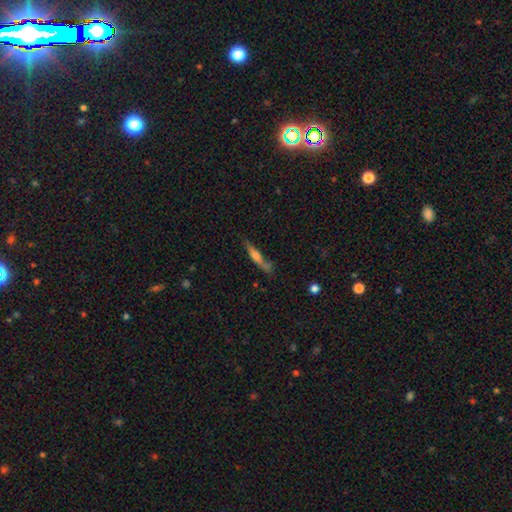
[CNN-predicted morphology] Q: Smooth or featured?
A: featured or disk (46%); runner-up: smooth (45%)
Q: Merging?
A: none (65%); runner-up: minor disturbance (20%)